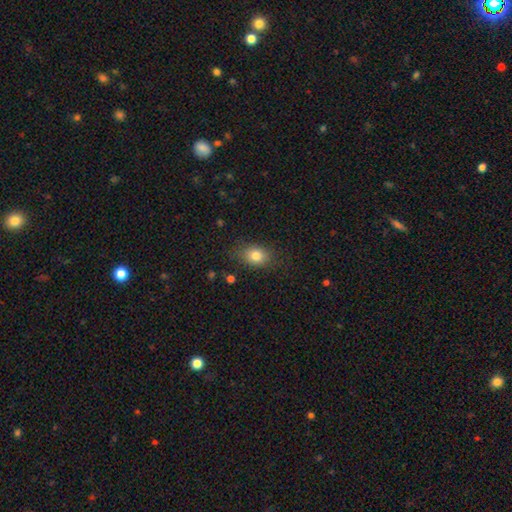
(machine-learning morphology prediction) This appears to be a smooth galaxy with no disk features (80%) that is in between round and cigar-shaped (62%). Merging: none (79%).